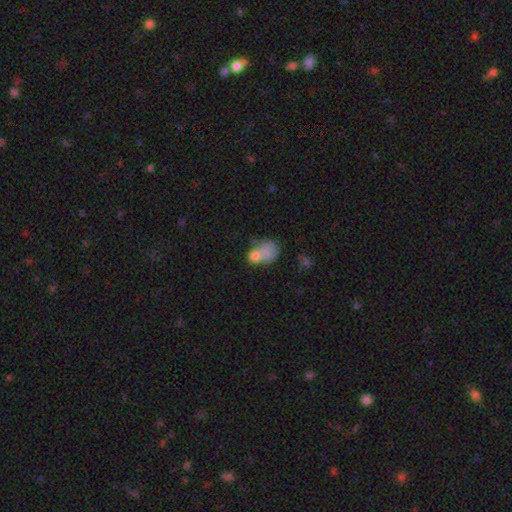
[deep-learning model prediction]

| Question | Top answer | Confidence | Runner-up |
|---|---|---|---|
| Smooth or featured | smooth | 72% | featured or disk (18%) |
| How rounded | in between | 55% | round (43%) |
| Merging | merger | 54% | none (24%) |